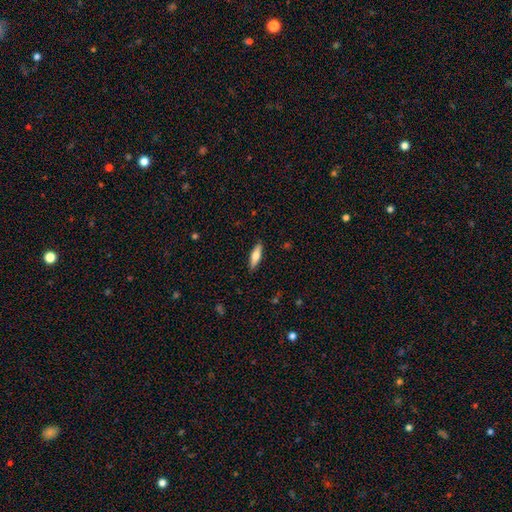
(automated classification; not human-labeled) Smooth or featured? smooth (67%)
How rounded? cigar-shaped (57%)
Merging? none (89%)